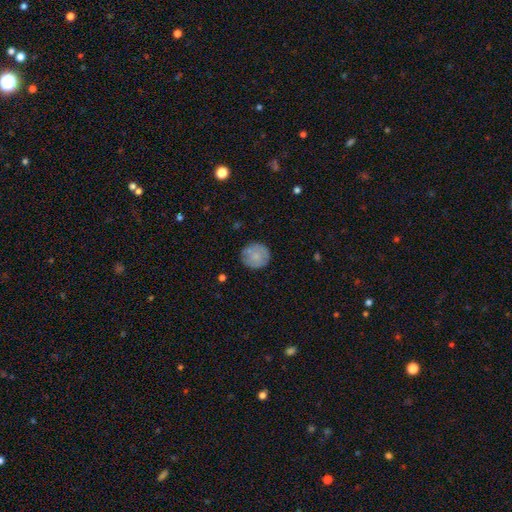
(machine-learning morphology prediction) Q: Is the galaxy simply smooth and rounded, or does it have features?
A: smooth — 73%.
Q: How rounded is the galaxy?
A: round — 92%.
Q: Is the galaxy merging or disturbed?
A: none — 80%.